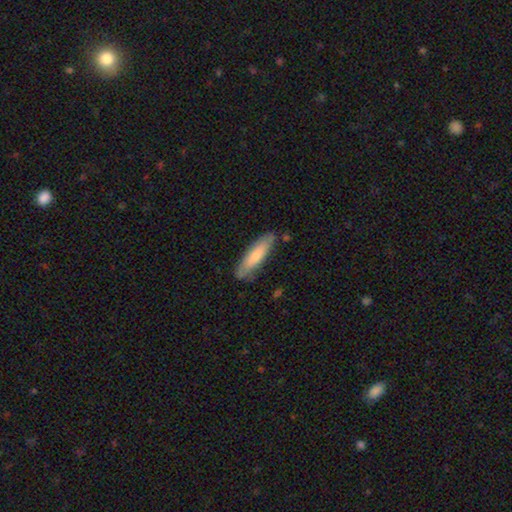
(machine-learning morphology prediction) smooth-or-featured: smooth: 70% | featured or disk: 24% | star or artifact: 5%
  how-rounded: cigar-shaped: 67% | in between: 31% | round: 1%
  merging: none: 80% | minor disturbance: 15% | major disturbance: 3% | merger: 2%